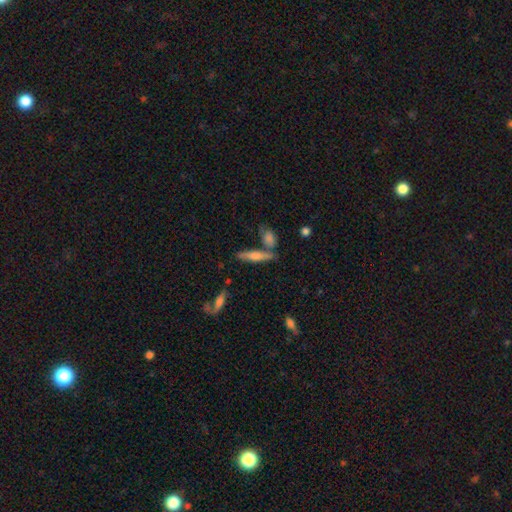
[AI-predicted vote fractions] smooth_or_featured: smooth (p=0.48) [alt: featured or disk p=0.44]
merging: none (p=0.69) [alt: merger p=0.16]